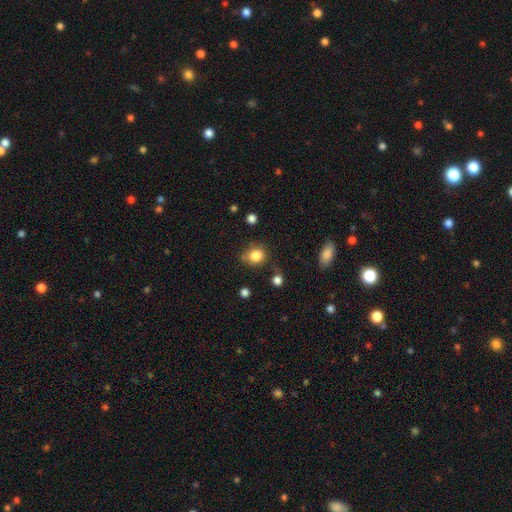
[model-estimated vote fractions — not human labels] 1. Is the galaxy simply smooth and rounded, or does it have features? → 83% smooth, 11% star or artifact, 6% featured or disk.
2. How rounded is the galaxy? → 71% round, 28% in between, 1% cigar-shaped.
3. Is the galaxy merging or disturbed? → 68% none, 20% minor disturbance, 6% major disturbance, 6% merger.